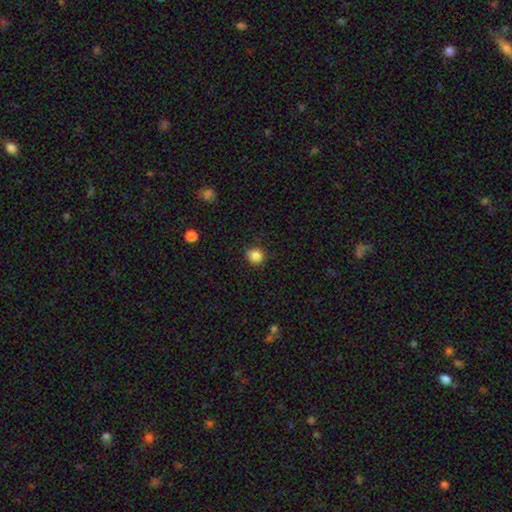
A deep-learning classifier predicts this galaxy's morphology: The model was most divided on "merging": none: 80%, minor disturbance: 16%, major disturbance: 3%, merger: 1%. More confident: how rounded — round (85%); smooth or featured — smooth (84%).